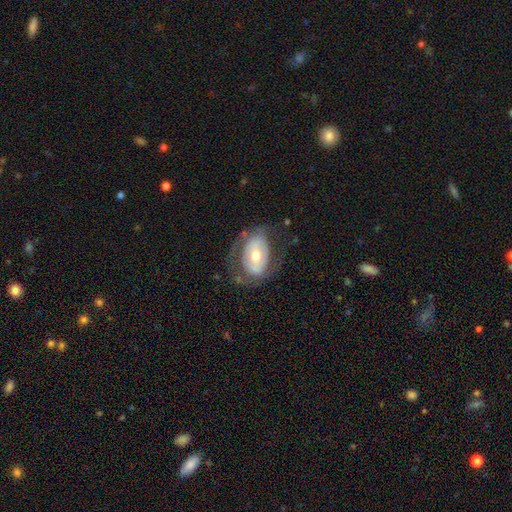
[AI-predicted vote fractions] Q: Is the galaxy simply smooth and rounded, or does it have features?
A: featured or disk — 59%.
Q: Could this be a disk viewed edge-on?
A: no — 93%.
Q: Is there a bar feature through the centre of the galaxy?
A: no — 40%.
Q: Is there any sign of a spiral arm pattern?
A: no — 56%.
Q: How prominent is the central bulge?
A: moderate — 62%.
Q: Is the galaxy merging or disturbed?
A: none — 61%.